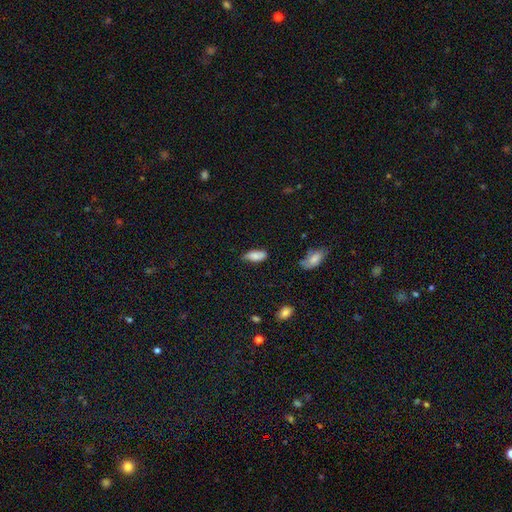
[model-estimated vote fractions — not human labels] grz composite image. It shows a smooth galaxy with no disk features (79%) that is in between round and cigar-shaped (85%). Merging: none (64%).